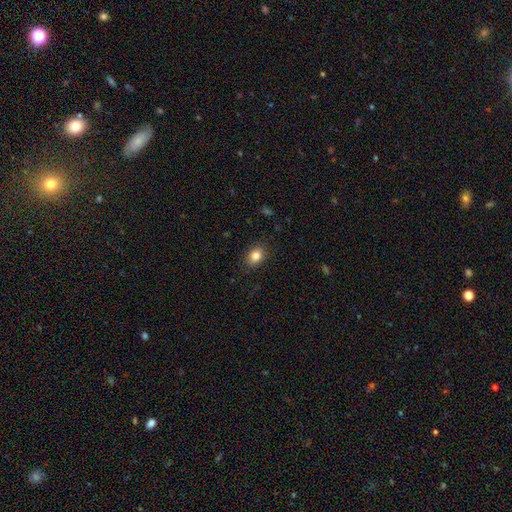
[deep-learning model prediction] Smooth or featured: smooth — 84% (star or artifact — 10%)
How rounded: in between — 64% (round — 35%)
Merging: none — 87% (minor disturbance — 9%)